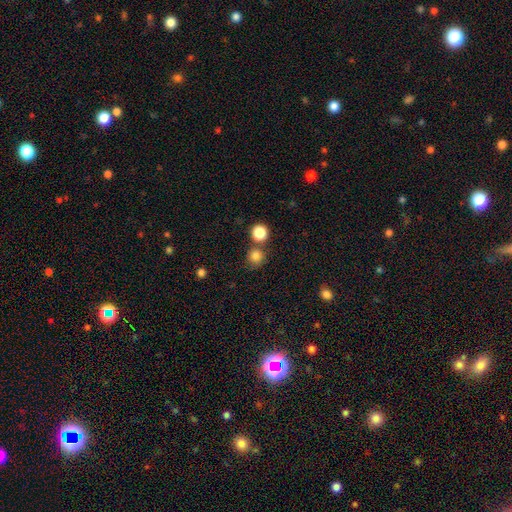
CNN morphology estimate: A smooth galaxy with no disk features (83%) that is round (92%).

Vote fractions:
- Smooth or featured? smooth: 83% / star or artifact: 13% / featured or disk: 5%
- How rounded? round: 92% / in between: 7% / cigar-shaped: 1%
- Merging? none: 69% / merger: 19% / minor disturbance: 9% / major disturbance: 3%